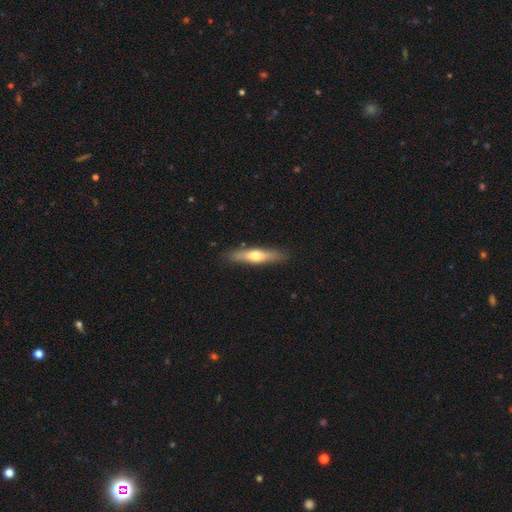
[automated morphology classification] Smooth or featured?
  - smooth: 50% *
  - featured or disk: 44%
  - star or artifact: 6%
How rounded?
  - cigar-shaped: 78% *
  - in between: 20%
  - round: 2%
Merging?
  - none: 88% *
  - minor disturbance: 9%
  - major disturbance: 2%
  - merger: 1%